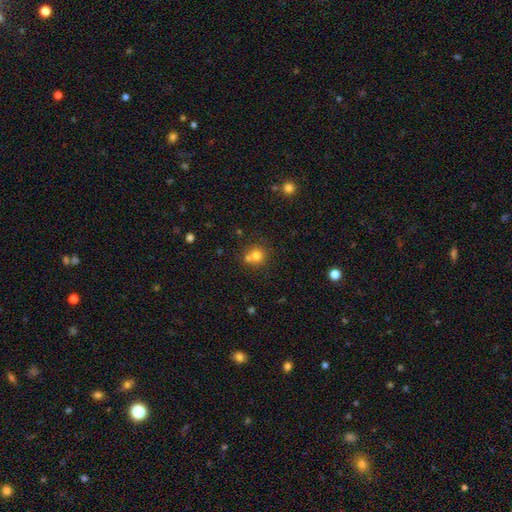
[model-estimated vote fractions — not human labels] The model was most divided on "merging": none: 54%, merger: 34%, minor disturbance: 9%, major disturbance: 3%. More confident: how rounded — round (88%); smooth or featured — smooth (75%).